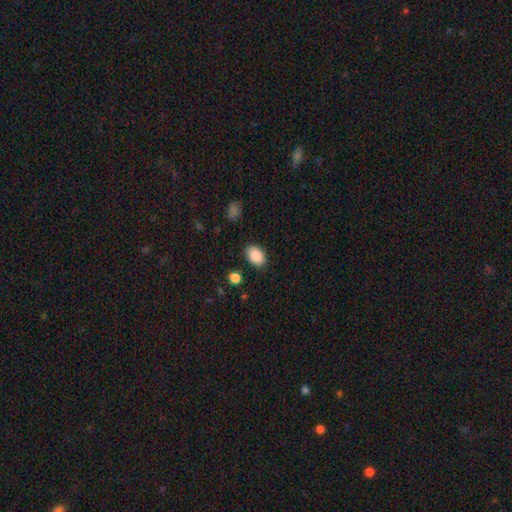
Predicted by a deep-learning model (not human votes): Smooth or featured?
  - smooth: 89% *
  - star or artifact: 8%
  - featured or disk: 4%
How rounded?
  - in between: 79% *
  - round: 20%
  - cigar-shaped: 1%
Merging?
  - none: 85% *
  - minor disturbance: 11%
  - major disturbance: 3%
  - merger: 2%